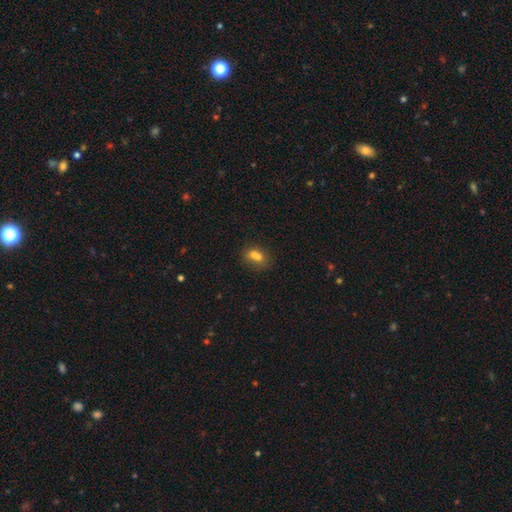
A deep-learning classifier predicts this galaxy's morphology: Q: Smooth or featured?
A: smooth (70%); runner-up: featured or disk (17%)
Q: How rounded?
A: in between (59%); runner-up: round (38%)
Q: Merging?
A: merger (51%); runner-up: none (35%)